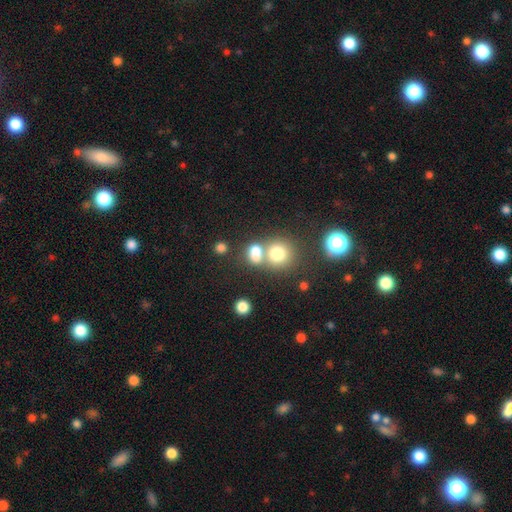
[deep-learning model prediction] Morphology: type=smooth (74%); roundness=round (57%); merging=merger (44%).